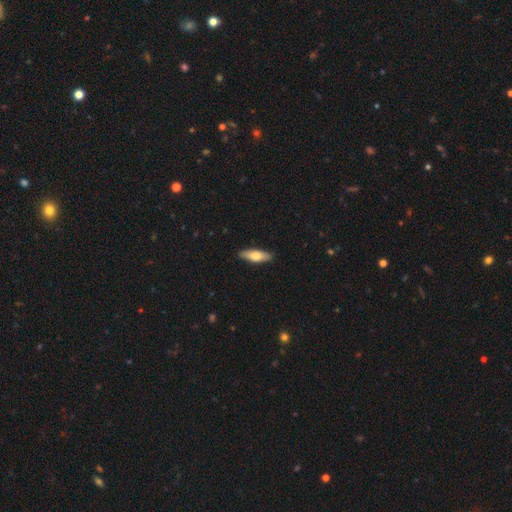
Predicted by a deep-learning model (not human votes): smooth-or-featured: smooth: 65% | featured or disk: 30% | star or artifact: 5%
  how-rounded: in between: 50% | cigar-shaped: 48% | round: 2%
  merging: none: 89% | minor disturbance: 9% | major disturbance: 2% | merger: 1%